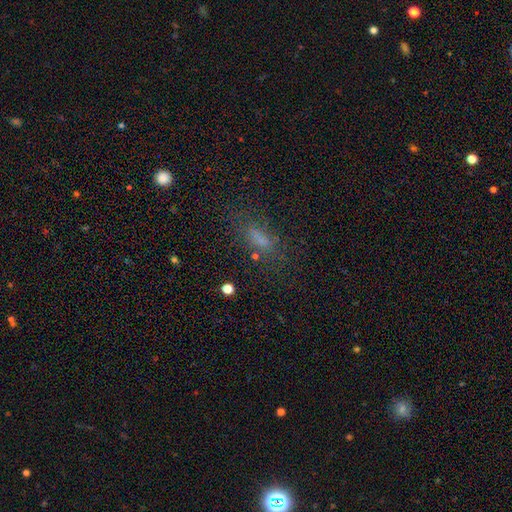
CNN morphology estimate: Smooth or featured? smooth (64%)
How rounded? in between (59%)
Merging? none (66%)